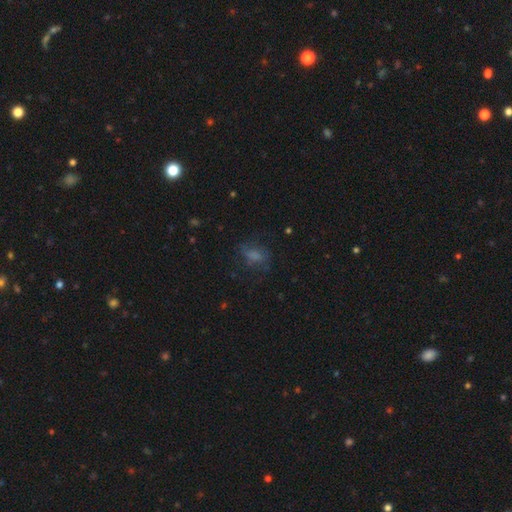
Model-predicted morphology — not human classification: Smooth or featured? smooth (51%)
How rounded? in between (69%)
Merging? none (64%)